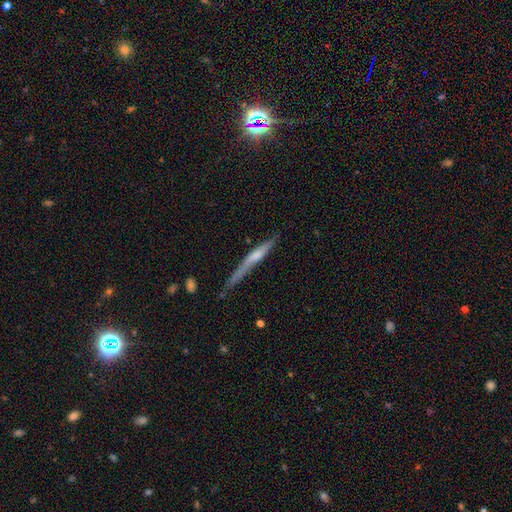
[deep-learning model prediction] A featured or disk galaxy (62%) viewed edge-on (95%) with a rounded central bulge (52%).

Vote fractions:
- Smooth or featured? featured or disk: 62% / smooth: 28% / star or artifact: 10%
- Edge-on disk? yes: 95% / no: 5%
- Edge-on bulge? rounded: 52% / none: 39% / boxy: 10%
- Merging? none: 73% / minor disturbance: 20% / major disturbance: 4% / merger: 2%